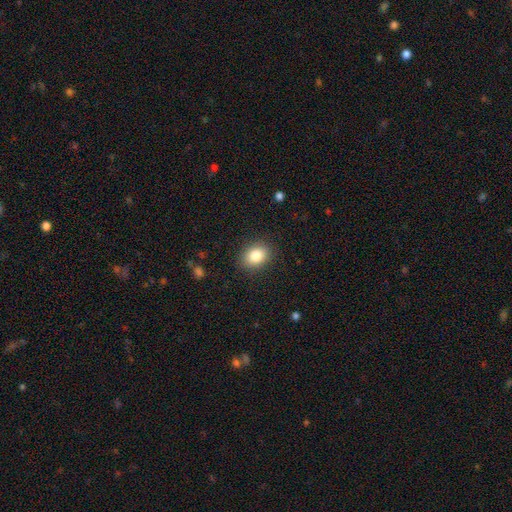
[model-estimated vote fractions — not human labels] smooth 83%, star or artifact 9%, featured or disk 8%. Down the decision tree: how rounded — in between (60%); merging — none (88%).